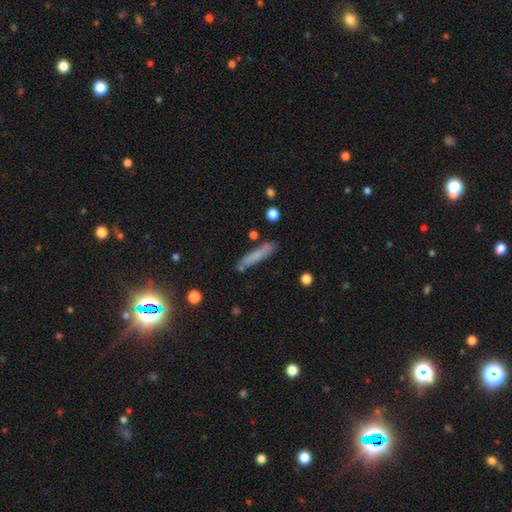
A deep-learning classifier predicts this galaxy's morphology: smooth_or_featured: smooth (p=0.70) [alt: featured or disk p=0.20]
how_rounded: cigar-shaped (p=0.90) [alt: in between p=0.08]
merging: none (p=0.81) [alt: minor disturbance p=0.12]